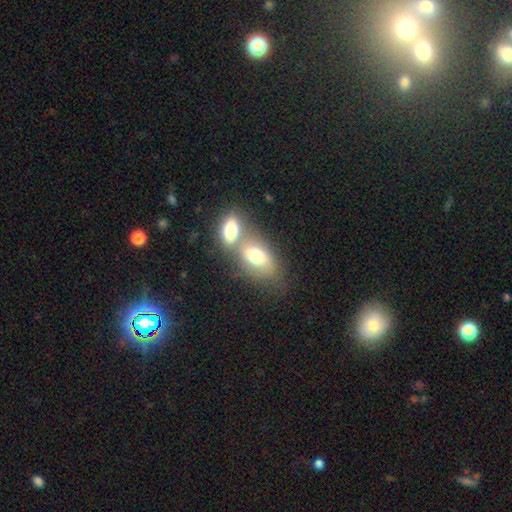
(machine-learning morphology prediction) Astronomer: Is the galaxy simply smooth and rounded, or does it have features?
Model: smooth — 69%.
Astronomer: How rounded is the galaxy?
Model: in between — 87%.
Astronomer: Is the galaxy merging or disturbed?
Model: merger — 58%.